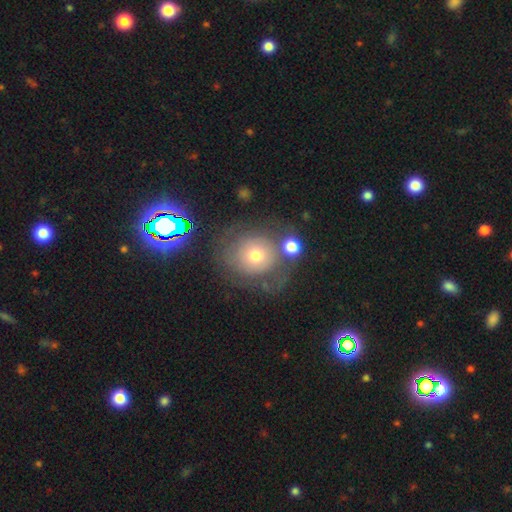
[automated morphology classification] Q: Smooth or featured?
A: smooth (52%); runner-up: featured or disk (35%)
Q: How rounded?
A: round (80%); runner-up: in between (19%)
Q: Merging?
A: none (54%); runner-up: minor disturbance (19%)